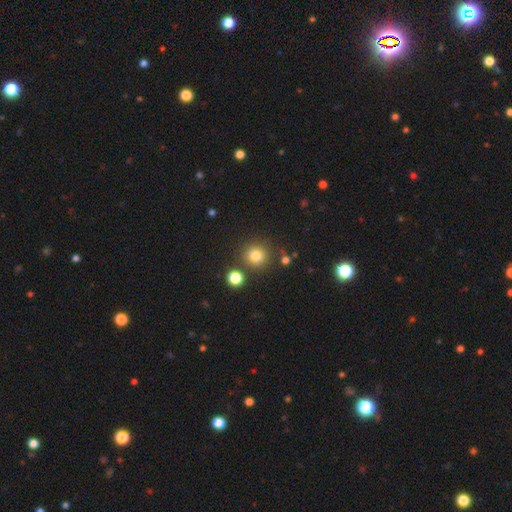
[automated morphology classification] type=smooth (80%); roundness=round (91%); merging=none (82%).